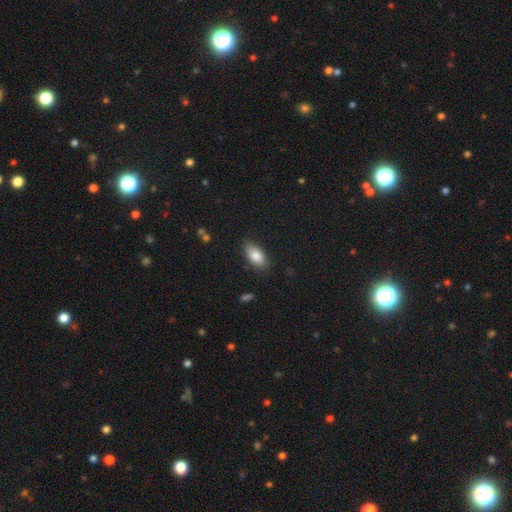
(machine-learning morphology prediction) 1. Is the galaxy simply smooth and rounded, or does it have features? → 84% smooth, 9% featured or disk, 7% star or artifact.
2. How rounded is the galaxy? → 91% in between, 6% cigar-shaped, 4% round.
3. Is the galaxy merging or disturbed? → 82% none, 13% minor disturbance, 3% major disturbance, 1% merger.